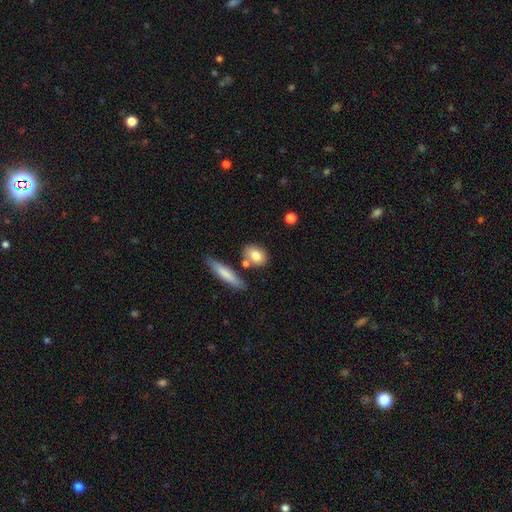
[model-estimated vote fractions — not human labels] Smooth or featured? Predicted: smooth (p=0.80). How rounded? Predicted: in between (p=0.56). Merging? Predicted: none (p=0.68).